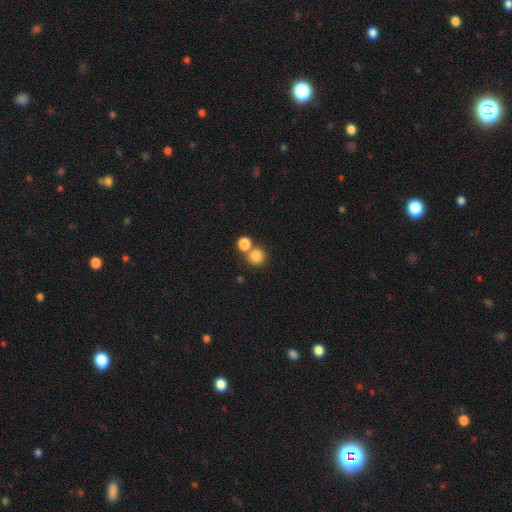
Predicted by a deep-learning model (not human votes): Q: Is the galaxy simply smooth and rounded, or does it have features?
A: smooth — 82%.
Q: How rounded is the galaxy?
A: round — 90%.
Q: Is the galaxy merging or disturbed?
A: none — 59%.